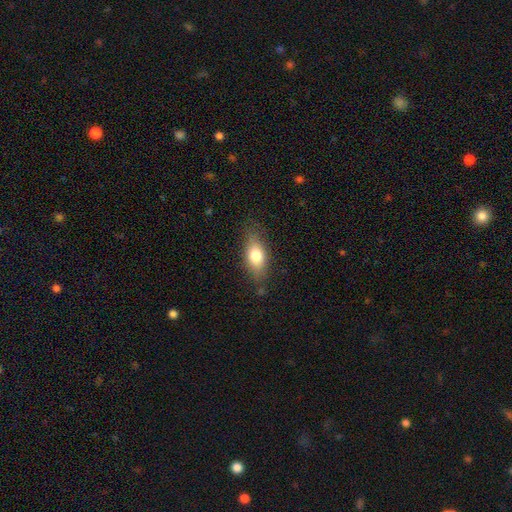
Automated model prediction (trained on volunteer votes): The model was most divided on "smooth or featured": smooth: 75%, featured or disk: 18%, star or artifact: 7%. More confident: how rounded — in between (80%); merging — none (77%).